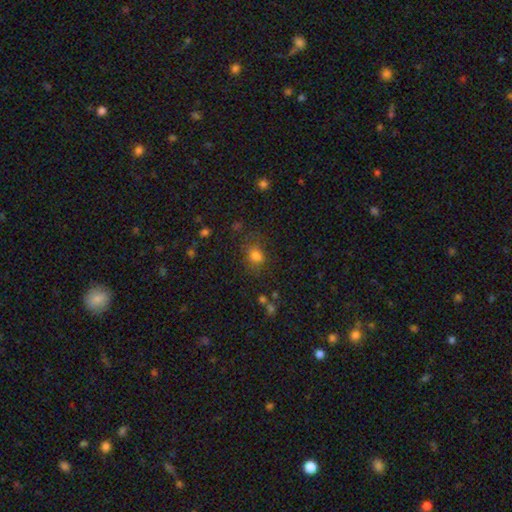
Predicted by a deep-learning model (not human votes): This is likely a smooth galaxy (77%). How rounded: possibly in between (51%). Merging: likely none (62%).